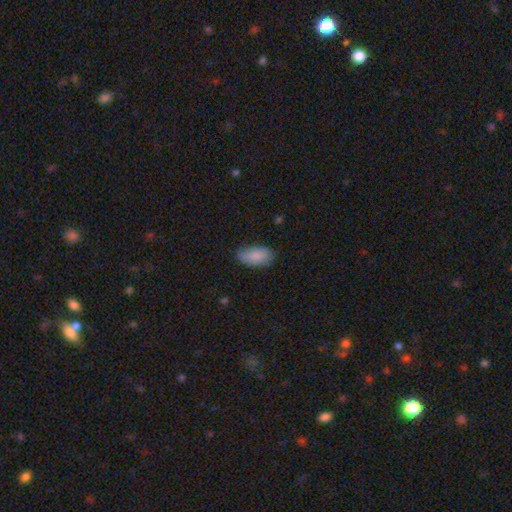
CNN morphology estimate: Smooth or featured? Predicted: smooth (p=0.86). How rounded? Predicted: in between (p=0.94). Merging? Predicted: none (p=0.73).